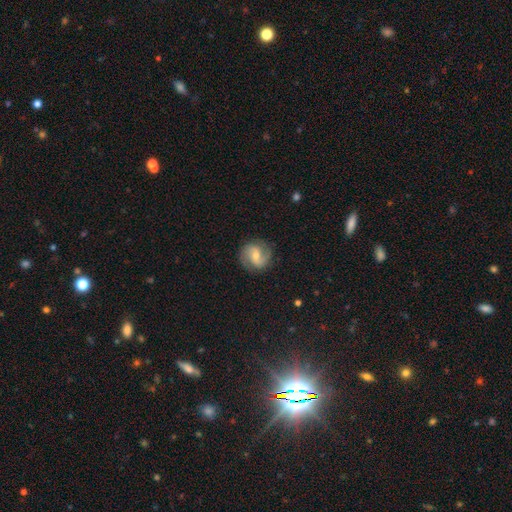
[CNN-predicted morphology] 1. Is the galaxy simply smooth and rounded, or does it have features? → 75% featured or disk, 19% smooth, 6% star or artifact.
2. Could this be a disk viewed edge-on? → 98% no, 2% yes.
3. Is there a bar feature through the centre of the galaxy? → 51% weak, 31% no, 18% strong.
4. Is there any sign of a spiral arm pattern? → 94% yes, 6% no.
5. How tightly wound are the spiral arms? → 49% medium, 27% loose, 23% tight.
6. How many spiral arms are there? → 91% 2, 4% can't tell, 2% 1, 1% 3, 1% 4, 1% more than 4.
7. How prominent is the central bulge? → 47% small, 46% moderate, 3% none, 3% large, 1% dominant.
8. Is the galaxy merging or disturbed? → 85% none, 10% minor disturbance, 4% major disturbance, 1% merger.